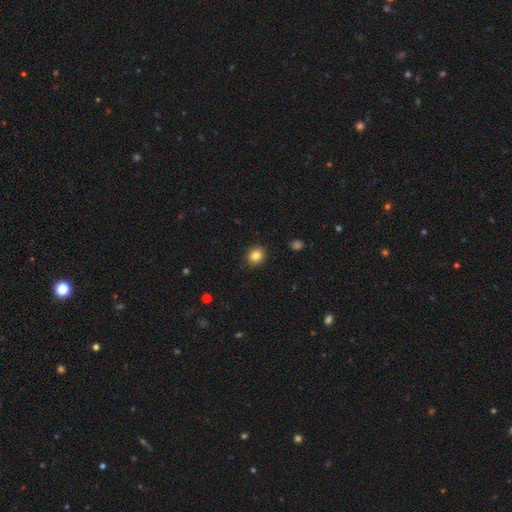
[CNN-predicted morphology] type=smooth (84%); roundness=round (73%); merging=none (89%).